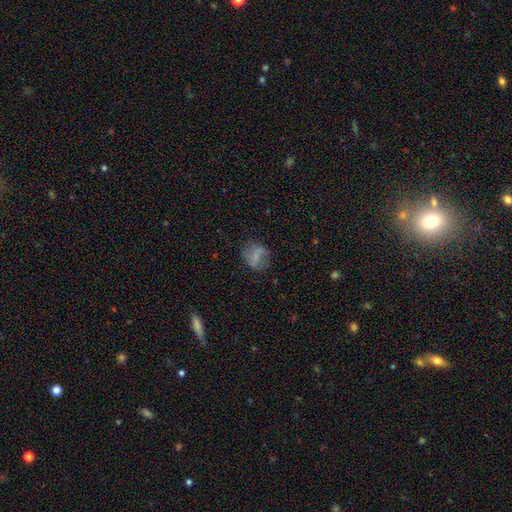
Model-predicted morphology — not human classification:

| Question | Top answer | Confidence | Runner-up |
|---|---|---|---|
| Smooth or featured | smooth | 57% | featured or disk (32%) |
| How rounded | in between | 50% | round (46%) |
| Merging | none | 66% | minor disturbance (20%) |